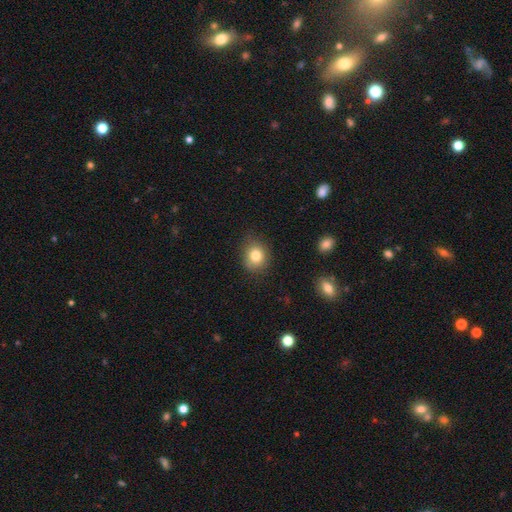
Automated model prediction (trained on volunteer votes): A smooth galaxy with no disk features (80%) that is round (73%). Merging: none (80%).